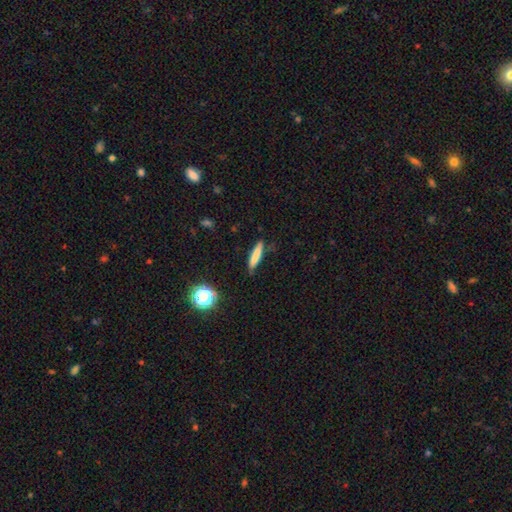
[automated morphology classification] smooth 76%, featured or disk 15%, star or artifact 9%. Down the decision tree: how rounded — cigar-shaped (87%); merging — none (79%).